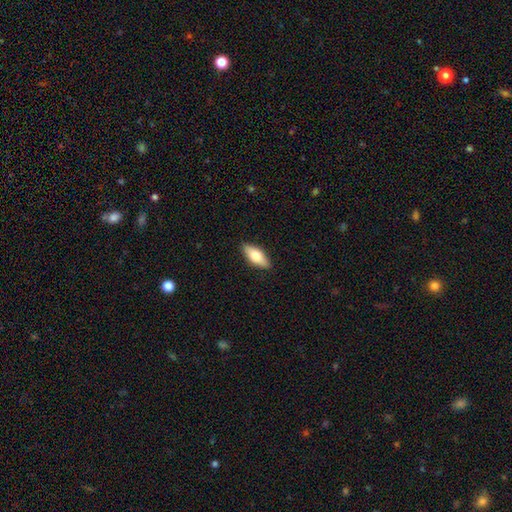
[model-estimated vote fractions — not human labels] A smooth galaxy with no disk features (75%) that is in between round and cigar-shaped (80%). Merging: none (88%).